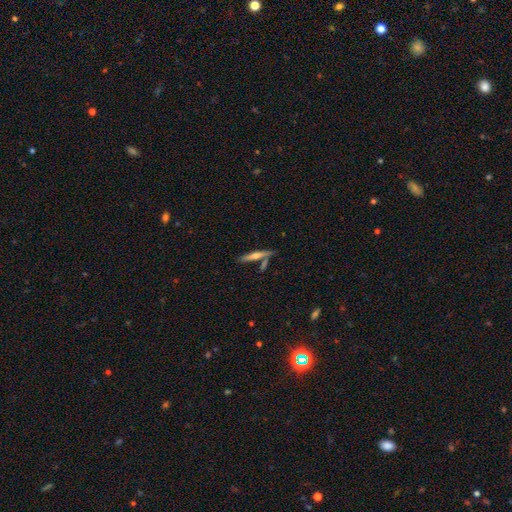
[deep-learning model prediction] Q: Smooth or featured?
A: featured or disk (51%); runner-up: smooth (42%)
Q: Edge-on disk?
A: yes (94%); runner-up: no (6%)
Q: Merging?
A: none (70%); runner-up: merger (15%)